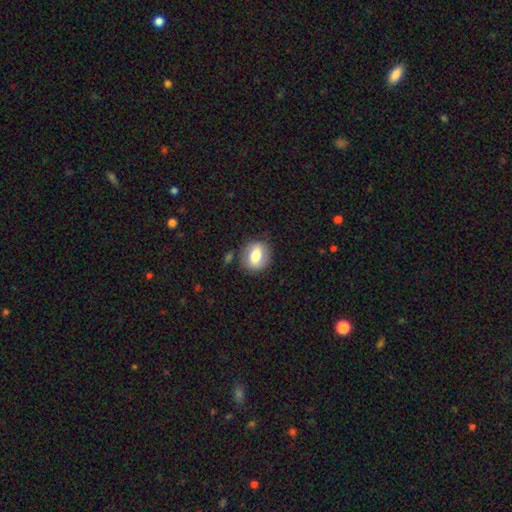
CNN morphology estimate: Smooth or featured?
  - smooth: 68% *
  - featured or disk: 25%
  - star or artifact: 7%
How rounded?
  - round: 54% *
  - in between: 44%
  - cigar-shaped: 2%
Merging?
  - none: 80% *
  - minor disturbance: 13%
  - major disturbance: 4%
  - merger: 3%